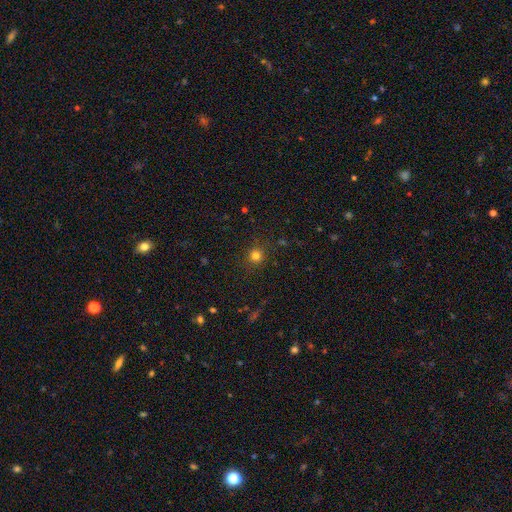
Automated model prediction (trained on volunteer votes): A smooth galaxy with no disk features (78%) that is round (93%). Merging: none (89%).